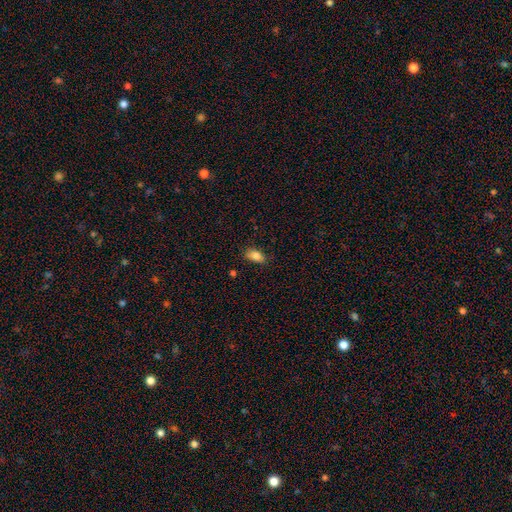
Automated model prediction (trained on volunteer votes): Smooth or featured? smooth (84%)
How rounded? in between (89%)
Merging? none (79%)